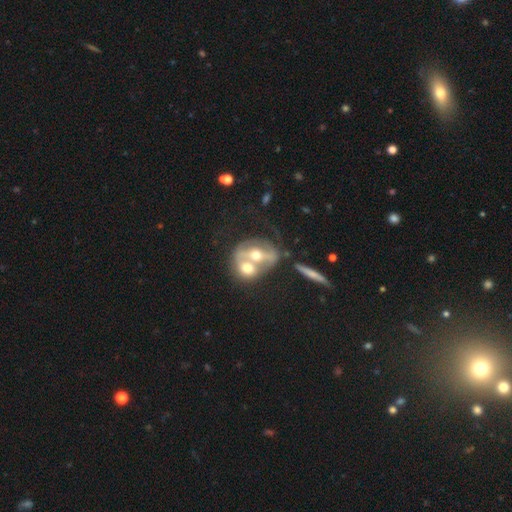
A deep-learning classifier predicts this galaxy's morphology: Smooth or featured? featured or disk (58%)
Edge-on disk? no (86%)
Bar? no (54%)
Spiral arms? no (69%)
Bulge size? moderate (72%)
Merging? merger (64%)